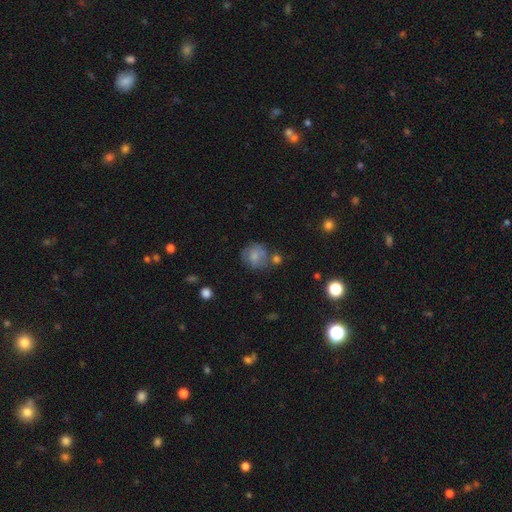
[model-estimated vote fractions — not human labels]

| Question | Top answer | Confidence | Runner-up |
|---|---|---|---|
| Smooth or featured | smooth | 69% | featured or disk (22%) |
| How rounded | round | 81% | in between (18%) |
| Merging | none | 56% | minor disturbance (21%) |